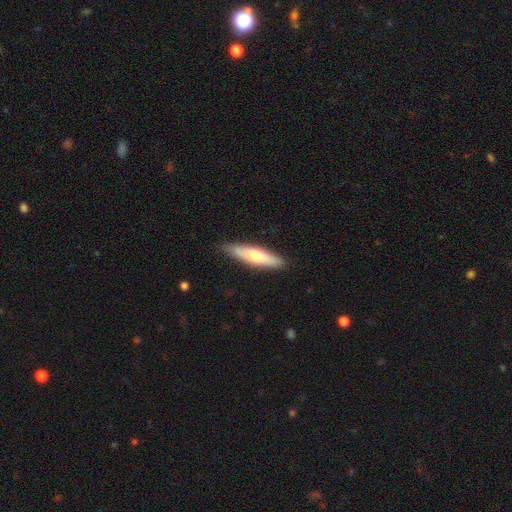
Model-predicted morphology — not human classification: This is possibly a smooth galaxy (59%). How rounded: likely cigar-shaped (75%). Merging: clearly none (87%).